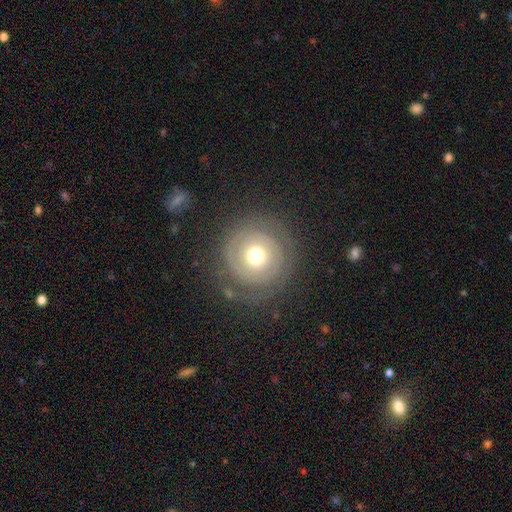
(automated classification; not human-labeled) Q: Smooth or featured?
A: featured or disk (57%); runner-up: smooth (35%)
Q: Edge-on disk?
A: no (96%); runner-up: yes (4%)
Q: Bar?
A: no (87%); runner-up: weak (10%)
Q: Spiral arms?
A: no (50%); tied with: yes (50%)
Q: Bulge size?
A: moderate (67%); runner-up: large (17%)
Q: Merging?
A: none (75%); runner-up: minor disturbance (14%)